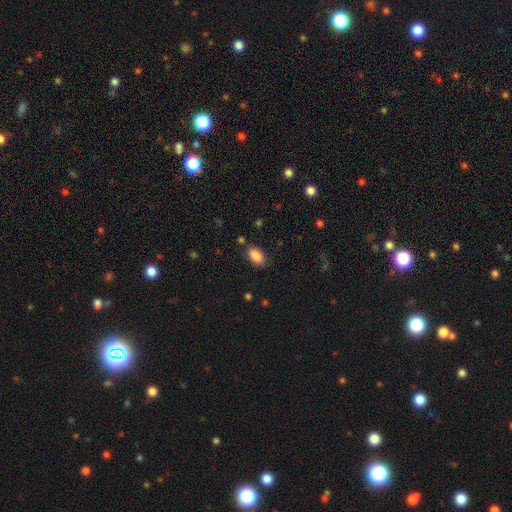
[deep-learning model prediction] Smooth or featured?
  - smooth: 88% *
  - star or artifact: 8%
  - featured or disk: 4%
How rounded?
  - in between: 93% *
  - round: 5%
  - cigar-shaped: 3%
Merging?
  - none: 82% *
  - minor disturbance: 13%
  - major disturbance: 3%
  - merger: 2%